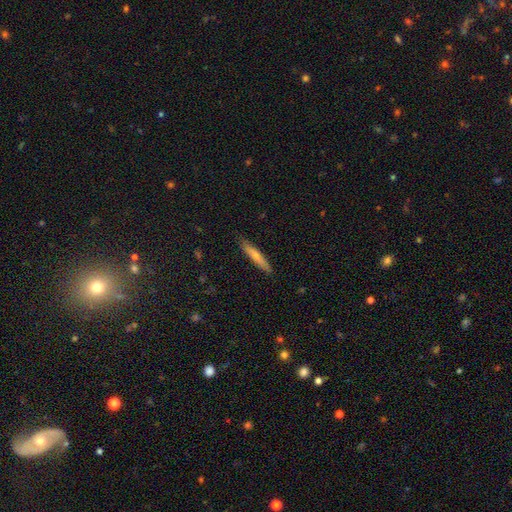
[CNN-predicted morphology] Smooth or featured: smooth — 68% (featured or disk — 27%)
How rounded: cigar-shaped — 91% (in between — 7%)
Merging: none — 87% (minor disturbance — 10%)